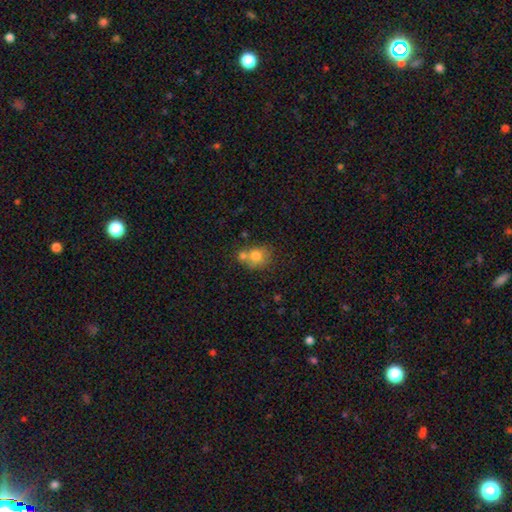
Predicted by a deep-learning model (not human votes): Morphology: type=smooth (74%); roundness=round (74%); merging=none (42%).